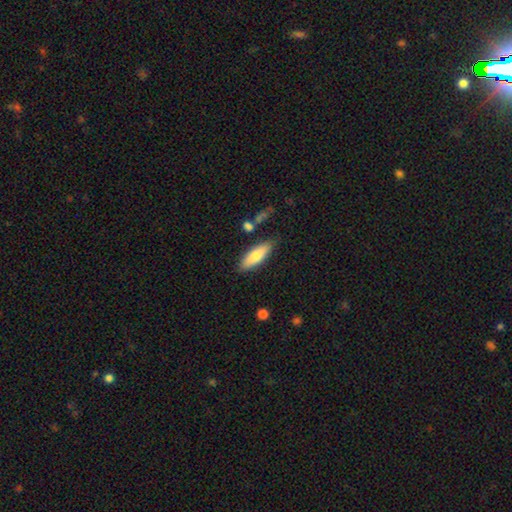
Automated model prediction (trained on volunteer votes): Q: Smooth or featured?
A: smooth (75%); runner-up: featured or disk (19%)
Q: How rounded?
A: in between (56%); runner-up: cigar-shaped (42%)
Q: Merging?
A: none (81%); runner-up: minor disturbance (12%)